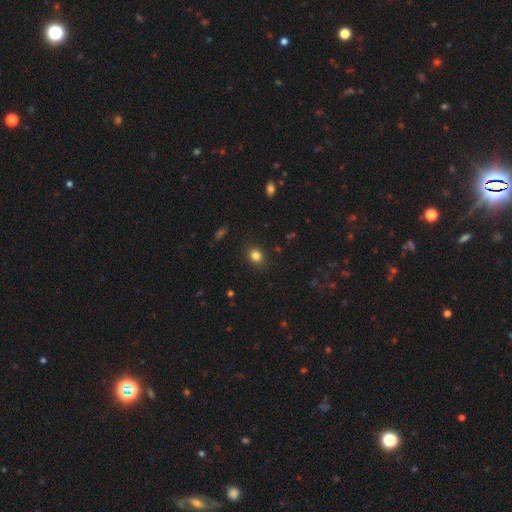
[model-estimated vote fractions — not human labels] Smooth or featured: smooth — 83% (star or artifact — 12%)
How rounded: round — 64% (in between — 35%)
Merging: none — 88% (minor disturbance — 8%)